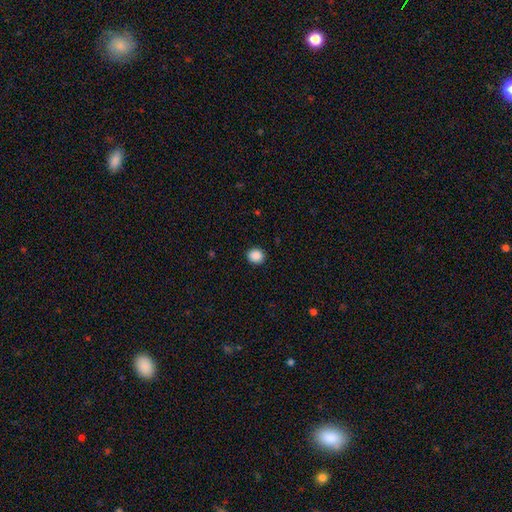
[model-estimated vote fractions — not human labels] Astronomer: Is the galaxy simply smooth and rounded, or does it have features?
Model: smooth — 88%.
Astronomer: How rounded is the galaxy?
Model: round — 85%.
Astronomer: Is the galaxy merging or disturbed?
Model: none — 91%.